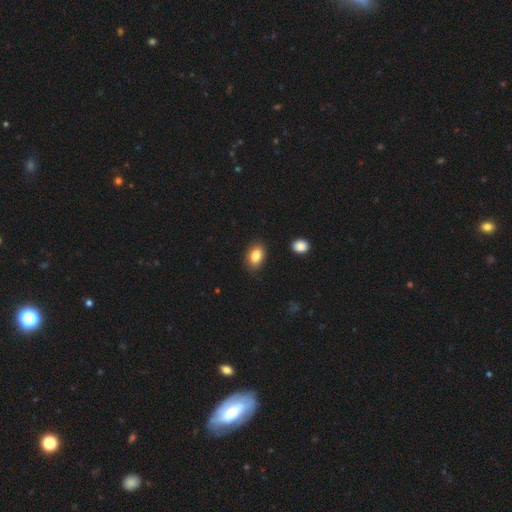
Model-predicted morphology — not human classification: This is clearly a smooth galaxy (85%). How rounded: clearly in between (86%). Merging: clearly none (84%).